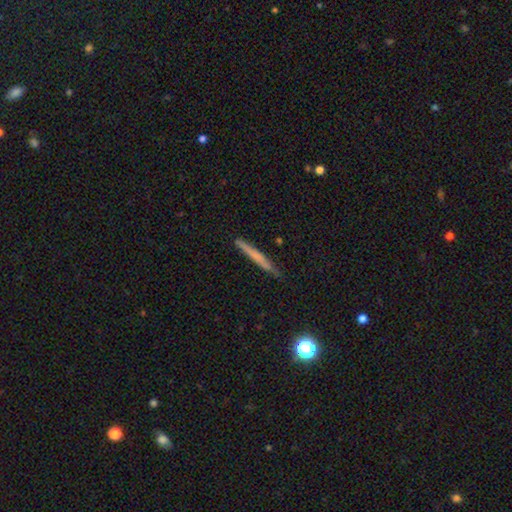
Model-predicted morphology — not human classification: smooth-or-featured: smooth: 59% | featured or disk: 34% | star or artifact: 7%
  how-rounded: cigar-shaped: 96% | in between: 2% | round: 2%
  merging: none: 85% | minor disturbance: 12% | major disturbance: 2% | merger: 2%